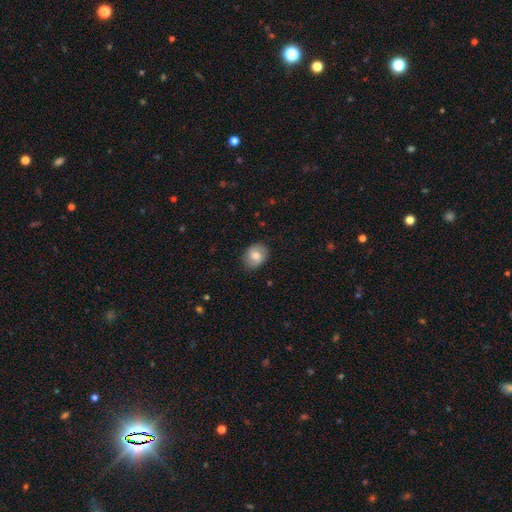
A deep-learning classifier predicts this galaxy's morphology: Smooth or featured? smooth (74%)
How rounded? round (53%)
Merging? none (84%)